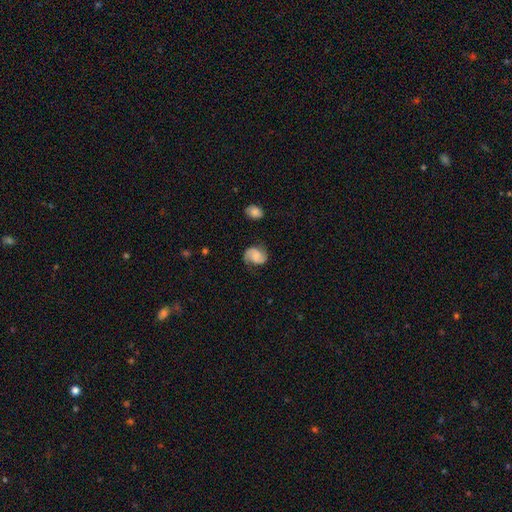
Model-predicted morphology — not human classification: The model was most divided on "spiral winding": medium: 48%, tight: 26%, loose: 26%. More confident: edge-on disk — no (98%); spiral arms — yes (96%); spiral arm count — 2 (86%); smooth or featured — featured or disk (73%); merging — none (73%); bar — no (57%); bulge size — none (51%).